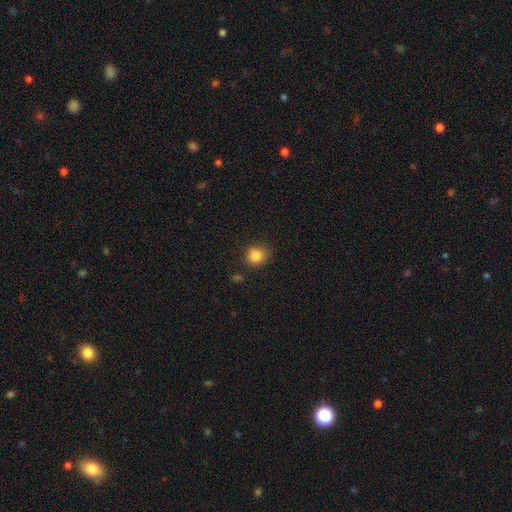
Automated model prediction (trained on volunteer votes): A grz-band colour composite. It shows a smooth galaxy with no disk features (84%) that is round (75%). Merging: none (74%).